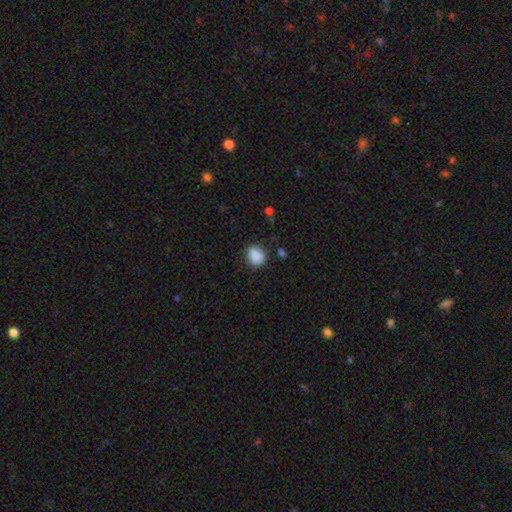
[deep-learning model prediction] Smooth or featured? Predicted: smooth (p=0.87). How rounded? Predicted: round (p=0.54). Merging? Predicted: none (p=0.76).